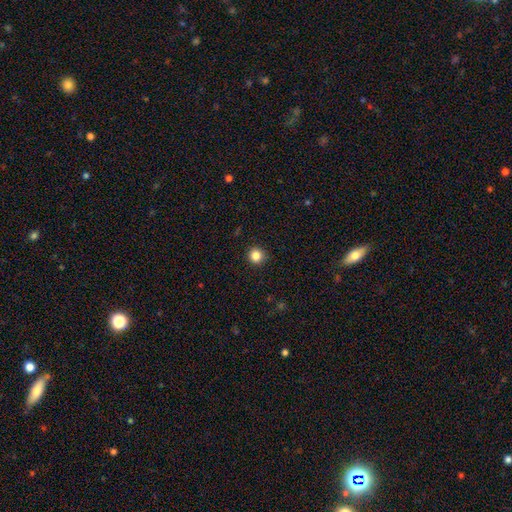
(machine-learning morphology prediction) Smooth or featured?
  - smooth: 85% *
  - star or artifact: 11%
  - featured or disk: 4%
How rounded?
  - round: 95% *
  - in between: 4%
  - cigar-shaped: 1%
Merging?
  - none: 92% *
  - minor disturbance: 5%
  - major disturbance: 2%
  - merger: 1%